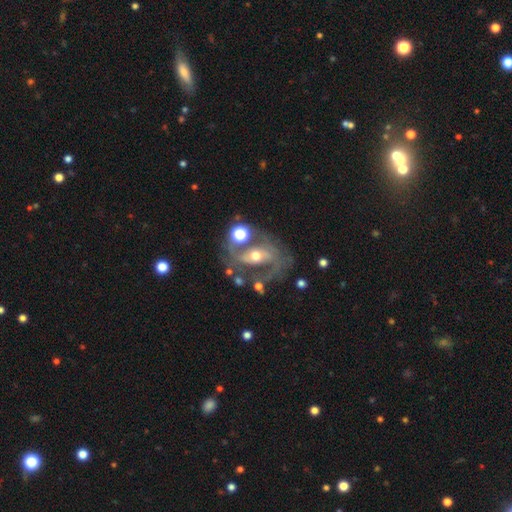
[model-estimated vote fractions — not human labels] Smooth or featured?
  - featured or disk: 80% *
  - smooth: 12%
  - star or artifact: 8%
Edge-on disk?
  - no: 96% *
  - yes: 4%
Bar?
  - no: 36% *
  - weak: 35%
  - strong: 28%
Spiral arms?
  - yes: 85% *
  - no: 15%
Spiral winding?
  - medium: 50% *
  - loose: 26%
  - tight: 23%
Spiral arm count?
  - 2: 79% *
  - can't tell: 9%
  - 1: 4%
  - 3: 4%
  - 4: 2%
  - more than 4: 1%
Bulge size?
  - moderate: 69% *
  - small: 22%
  - large: 7%
  - none: 1%
  - dominant: 1%
Merging?
  - none: 57% *
  - minor disturbance: 18%
  - major disturbance: 15%
  - merger: 10%